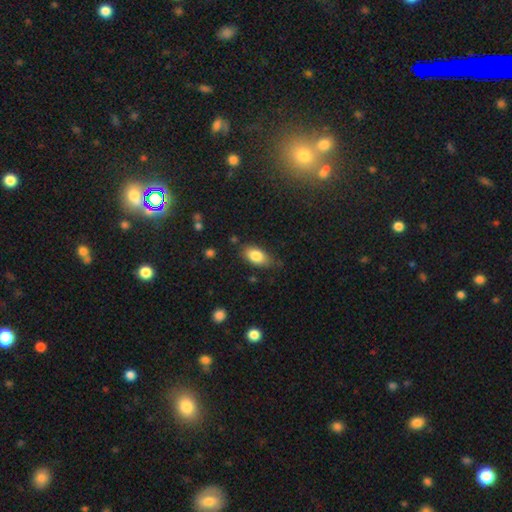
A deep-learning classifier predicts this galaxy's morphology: Q: Smooth or featured?
A: smooth (83%); runner-up: featured or disk (9%)
Q: How rounded?
A: in between (90%); runner-up: round (6%)
Q: Merging?
A: none (73%); runner-up: minor disturbance (20%)